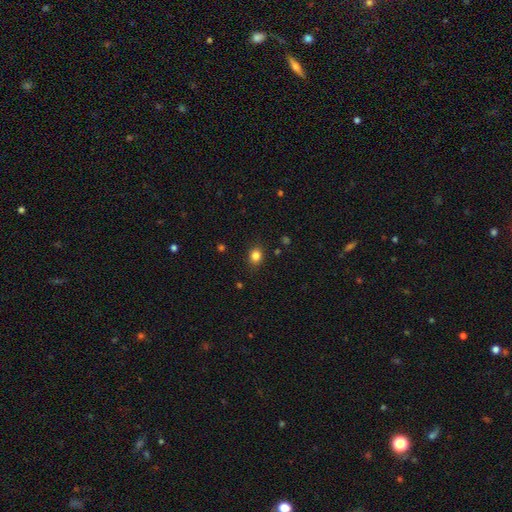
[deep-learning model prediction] Morphology: type=smooth (83%); roundness=round (58%); merging=none (86%).